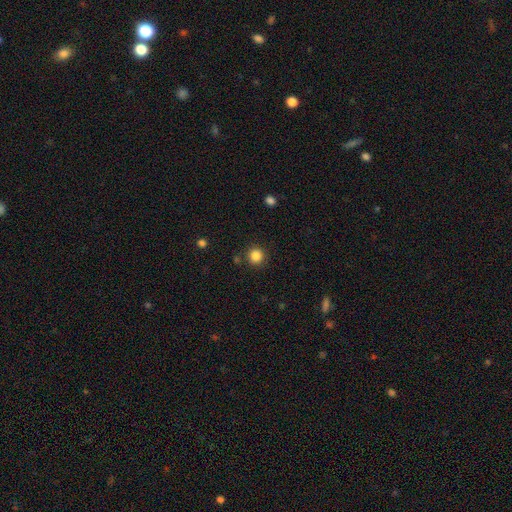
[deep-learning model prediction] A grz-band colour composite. It shows a smooth galaxy with no disk features (85%) that is round (94%). Merging: none (89%).